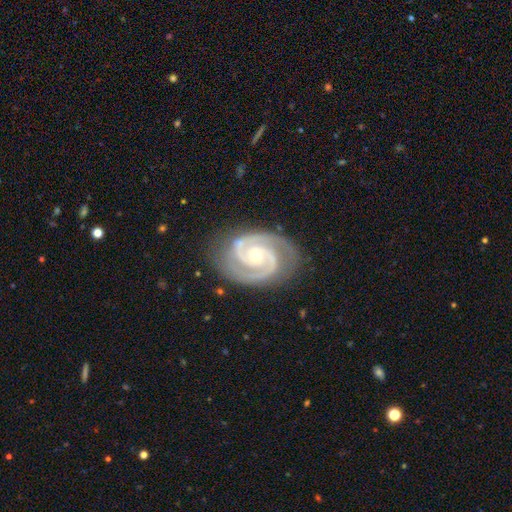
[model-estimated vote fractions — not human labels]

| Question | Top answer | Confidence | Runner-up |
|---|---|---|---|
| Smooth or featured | featured or disk | 94% | star or artifact (4%) |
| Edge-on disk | no | 98% | yes (2%) |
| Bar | no | 60% | weak (27%) |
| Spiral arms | yes | 99% | no (1%) |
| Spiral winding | tight | 60% | medium (37%) |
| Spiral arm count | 2 | 90% | 3 (5%) |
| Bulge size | small | 58% | moderate (39%) |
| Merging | none | 83% | minor disturbance (13%) |